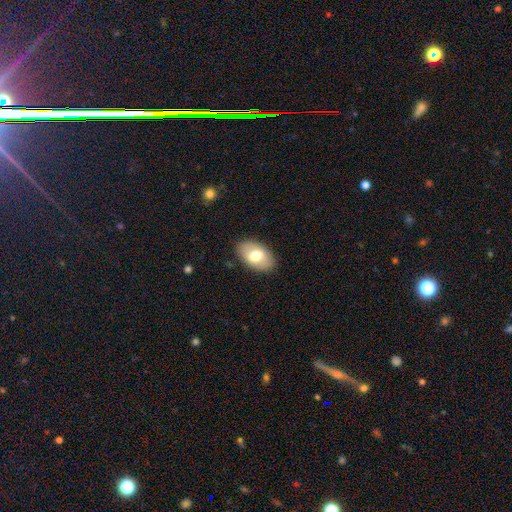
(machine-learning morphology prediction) This is likely a smooth galaxy (70%). How rounded: clearly in between (93%). Merging: clearly none (86%).